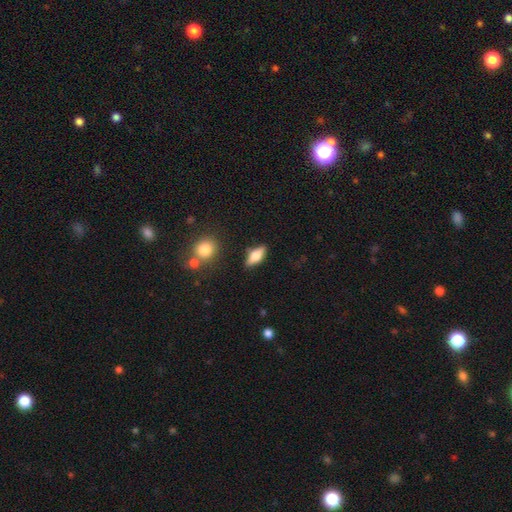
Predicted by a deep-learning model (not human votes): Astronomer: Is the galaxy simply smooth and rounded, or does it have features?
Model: smooth — 60%.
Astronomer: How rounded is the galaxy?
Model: in between — 72%.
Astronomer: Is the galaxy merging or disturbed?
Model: none — 85%.